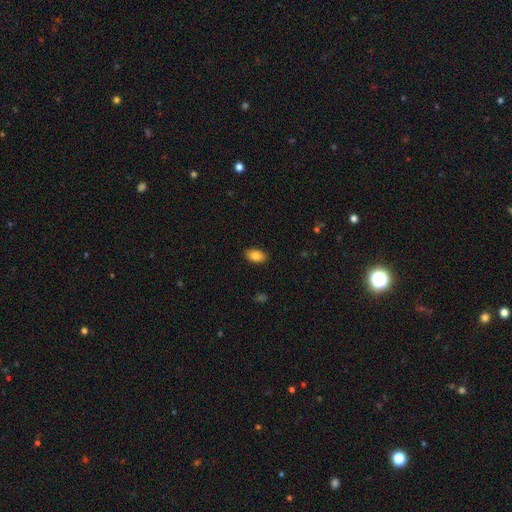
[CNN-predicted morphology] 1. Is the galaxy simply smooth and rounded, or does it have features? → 86% smooth, 8% star or artifact, 7% featured or disk.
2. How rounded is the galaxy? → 91% in between, 7% round, 2% cigar-shaped.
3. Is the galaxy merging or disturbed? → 89% none, 8% minor disturbance, 2% major disturbance, 1% merger.